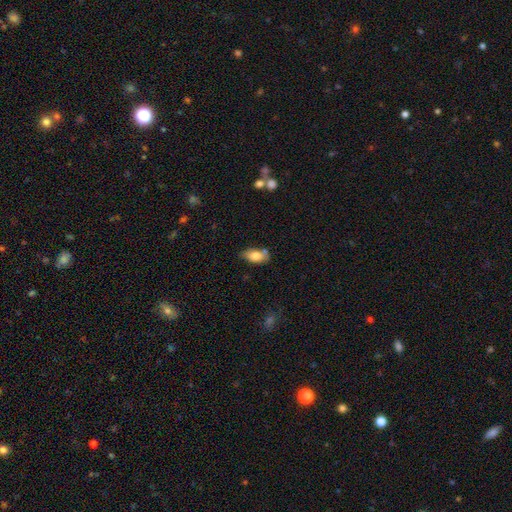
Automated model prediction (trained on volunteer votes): A smooth galaxy with no disk features (79%) that is in between round and cigar-shaped (90%).

Vote fractions:
- Smooth or featured? smooth: 79% / featured or disk: 14% / star or artifact: 7%
- How rounded? in between: 90% / round: 5% / cigar-shaped: 5%
- Merging? none: 63% / minor disturbance: 23% / merger: 10% / major disturbance: 5%